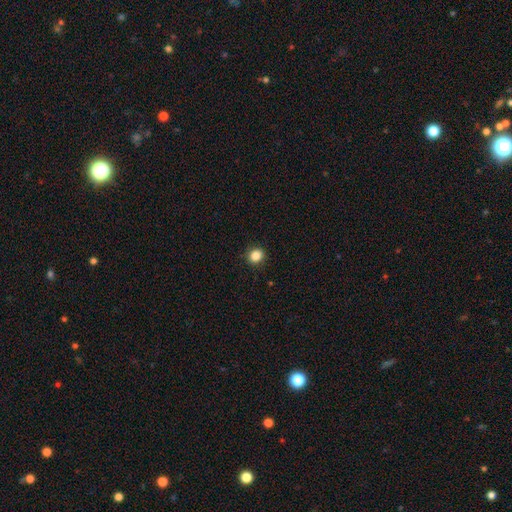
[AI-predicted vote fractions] A smooth galaxy with no disk features (86%) that is round (81%). Merging: none (90%).